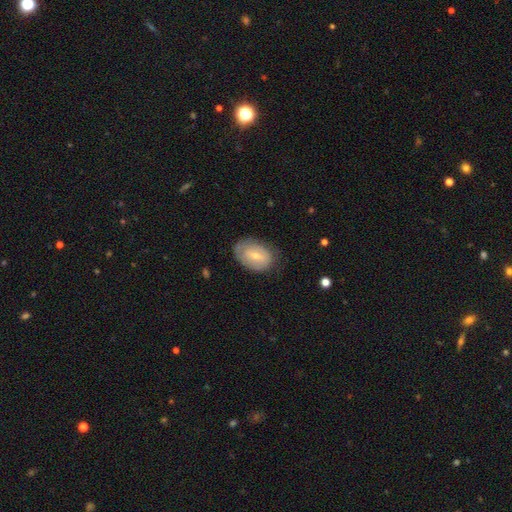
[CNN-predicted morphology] Smooth or featured: smooth — 49% (featured or disk — 45%)
Merging: none — 68% (minor disturbance — 23%)